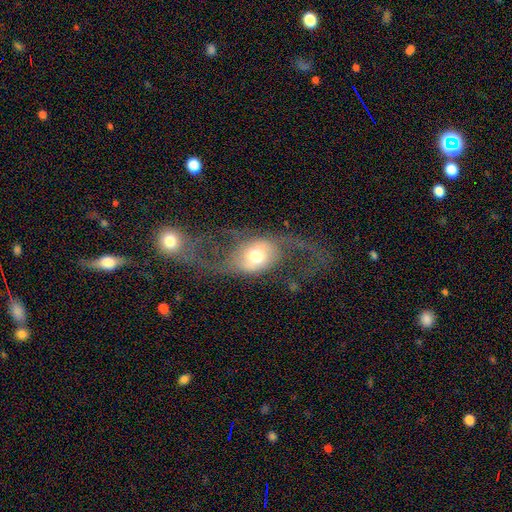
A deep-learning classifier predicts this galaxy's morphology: Overall: featured or disk (59%; smooth 34%). Edge-on disk: no (84%). Merging: major disturbance (44%; none 37%).